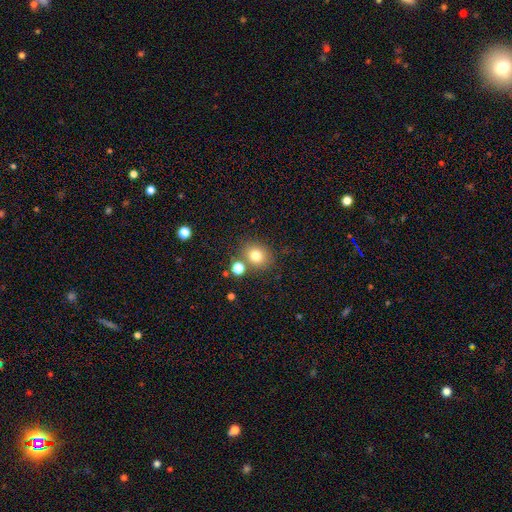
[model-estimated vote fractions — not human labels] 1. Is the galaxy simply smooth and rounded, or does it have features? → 78% smooth, 13% star or artifact, 9% featured or disk.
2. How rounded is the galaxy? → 67% round, 32% in between, 1% cigar-shaped.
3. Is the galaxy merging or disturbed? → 74% none, 12% merger, 10% minor disturbance, 4% major disturbance.